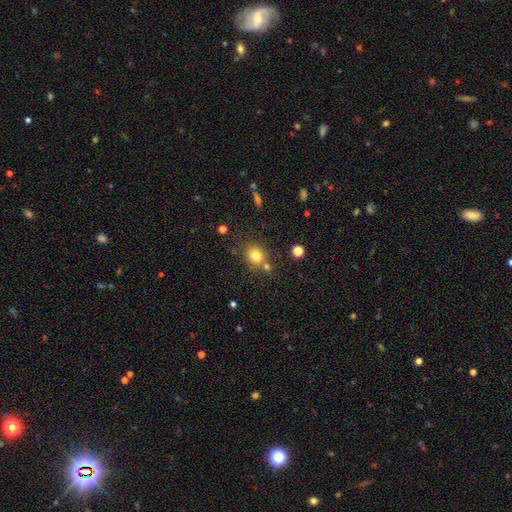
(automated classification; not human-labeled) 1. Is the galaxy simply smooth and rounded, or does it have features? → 78% smooth, 13% star or artifact, 9% featured or disk.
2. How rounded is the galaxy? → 76% round, 23% in between, 1% cigar-shaped.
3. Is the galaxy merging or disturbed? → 71% none, 14% merger, 11% minor disturbance, 4% major disturbance.